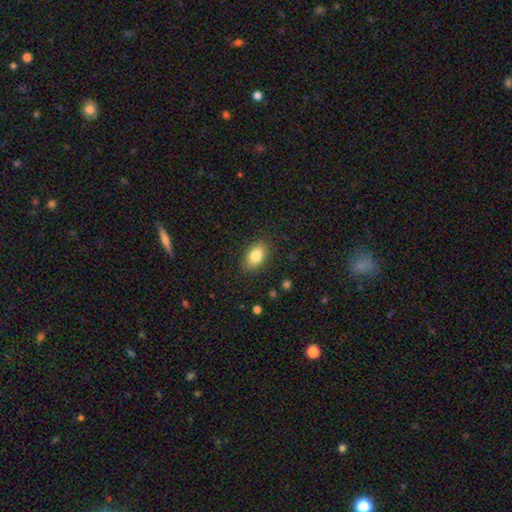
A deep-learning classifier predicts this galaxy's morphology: smooth_or_featured: smooth (p=0.83) [alt: featured or disk p=0.09]
how_rounded: in between (p=0.87) [alt: round p=0.10]
merging: none (p=0.86) [alt: minor disturbance p=0.10]